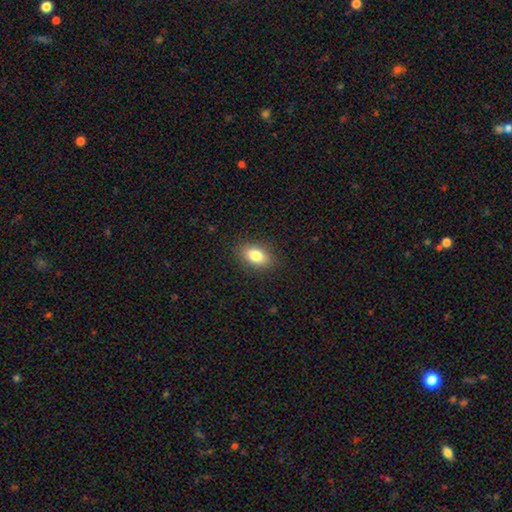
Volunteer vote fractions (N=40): A smooth galaxy with no disk features (88%) that is in between round and cigar-shaped (86%).

Vote fractions:
- Smooth or featured? smooth: 88% / featured or disk: 8% / star or artifact: 5%
- How rounded? in between: 86% / round: 14% / cigar-shaped: 0%
- Merging? none: 84% / minor disturbance: 11% / major disturbance: 3% / merger: 3%